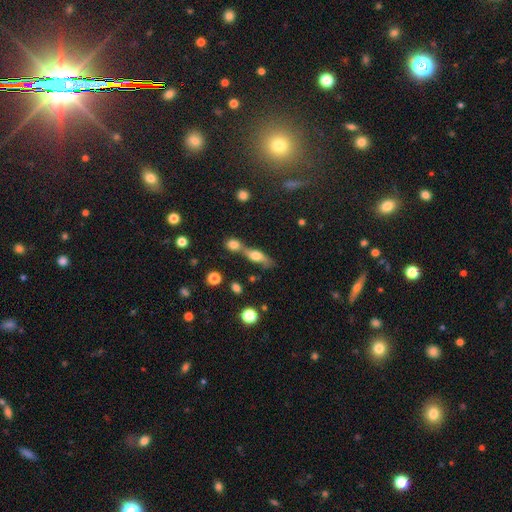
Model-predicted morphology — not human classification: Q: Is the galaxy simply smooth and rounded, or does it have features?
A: smooth — 56%.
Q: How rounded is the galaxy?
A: in between — 51%.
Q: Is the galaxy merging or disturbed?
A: merger — 46%.